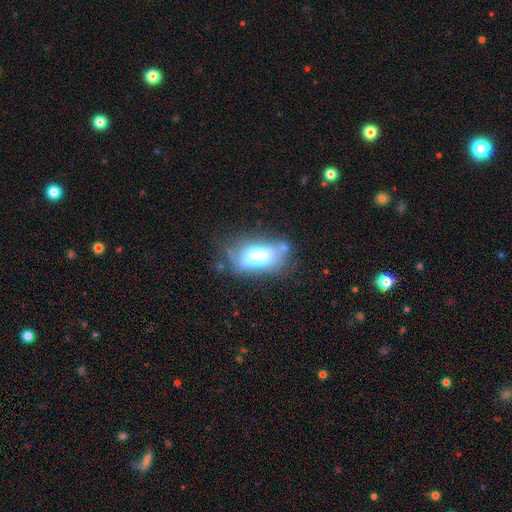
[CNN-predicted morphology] Smooth or featured? smooth (63%)
How rounded? in between (87%)
Merging? none (43%)